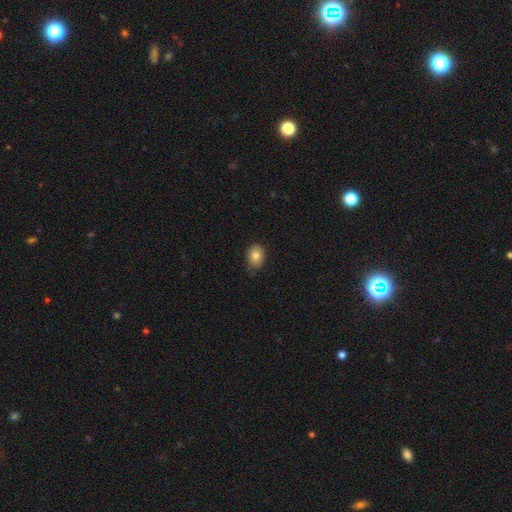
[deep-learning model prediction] Morphology: type=smooth (80%); roundness=in between (63%); merging=none (82%).